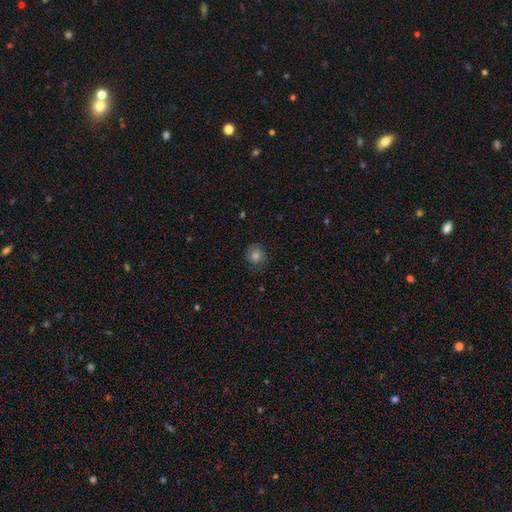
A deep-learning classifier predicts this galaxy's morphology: Smooth or featured? Predicted: smooth (p=0.70). How rounded? Predicted: round (p=0.86). Merging? Predicted: none (p=0.78).